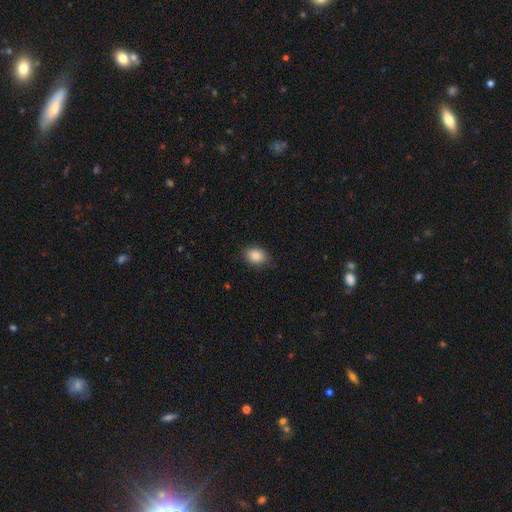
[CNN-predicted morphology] This is clearly a smooth galaxy (87%). How rounded: likely in between (66%). Merging: clearly none (83%).